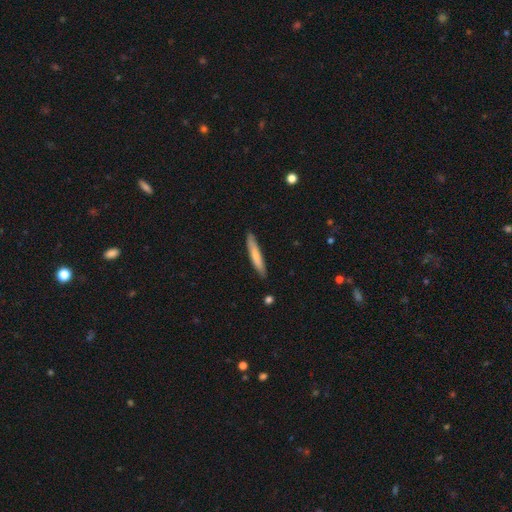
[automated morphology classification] This is likely a smooth galaxy (71%). How rounded: clearly cigar-shaped (92%). Merging: clearly none (86%).